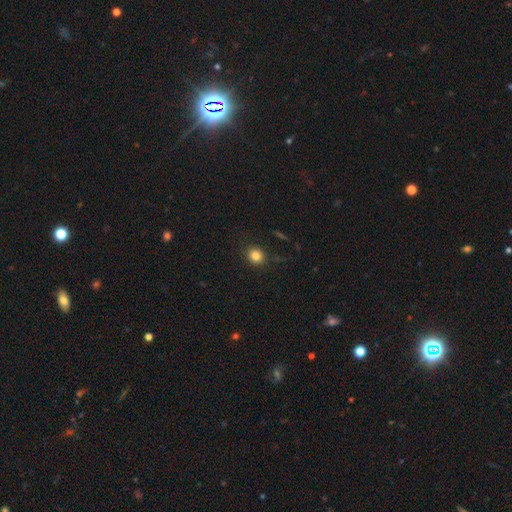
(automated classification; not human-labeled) Smooth or featured? Predicted: smooth (p=0.83). How rounded? Predicted: round (p=0.81). Merging? Predicted: none (p=0.88).